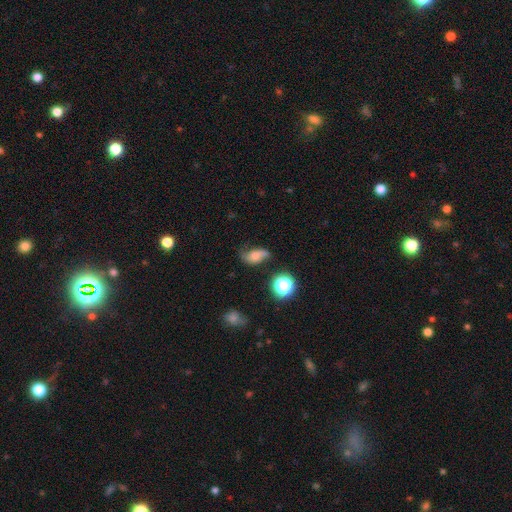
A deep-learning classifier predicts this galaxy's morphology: Smooth or featured? Predicted: featured or disk (p=0.48). Merging? Predicted: none (p=0.53).